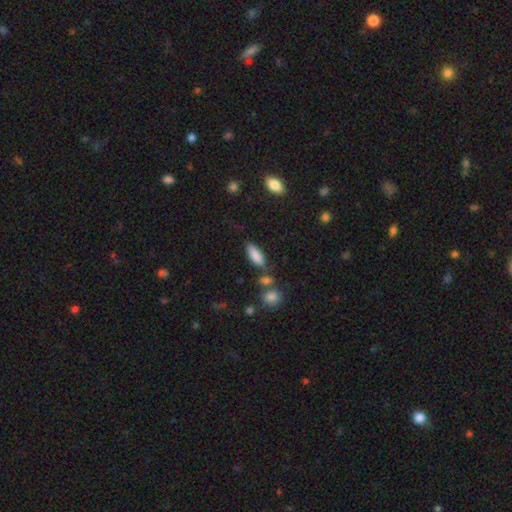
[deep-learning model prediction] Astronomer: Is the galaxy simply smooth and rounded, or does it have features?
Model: smooth — 85%.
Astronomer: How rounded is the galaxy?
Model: in between — 73%.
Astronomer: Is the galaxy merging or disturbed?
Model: none — 71%.